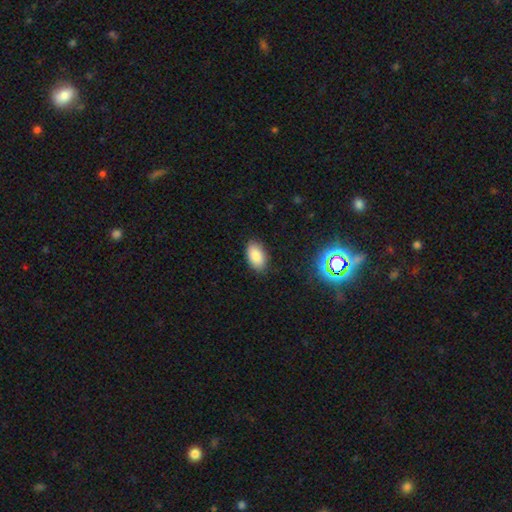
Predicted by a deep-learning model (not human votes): smooth-or-featured: smooth: 85% | star or artifact: 10% | featured or disk: 6%
  how-rounded: in between: 93% | round: 5% | cigar-shaped: 2%
  merging: none: 86% | minor disturbance: 10% | major disturbance: 2% | merger: 1%